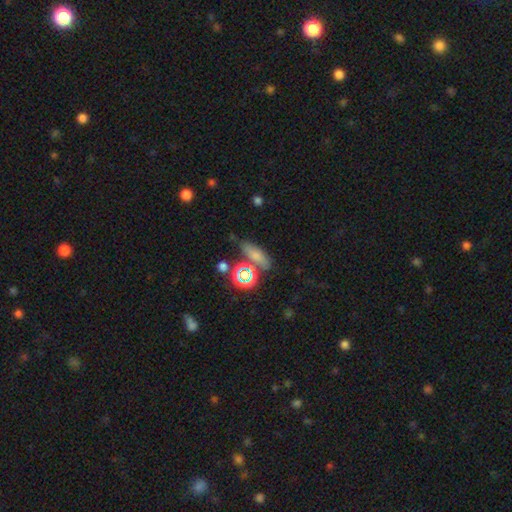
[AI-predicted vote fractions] smooth 65%, star or artifact 21%, featured or disk 14%. Down the decision tree: how rounded — in between (50%); merging — none (66%).